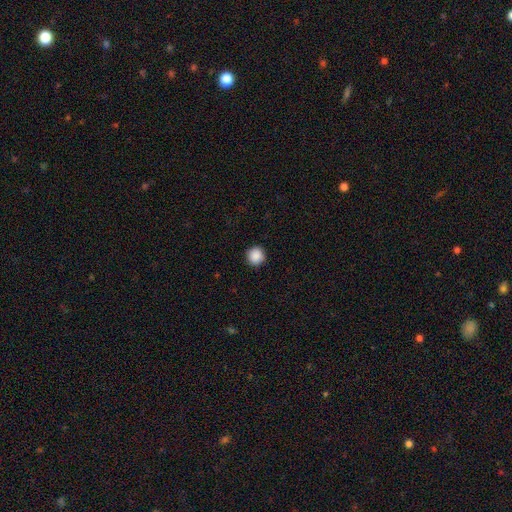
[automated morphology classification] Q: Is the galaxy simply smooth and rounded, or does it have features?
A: smooth — 89%.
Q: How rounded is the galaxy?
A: round — 95%.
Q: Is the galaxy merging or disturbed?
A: none — 92%.